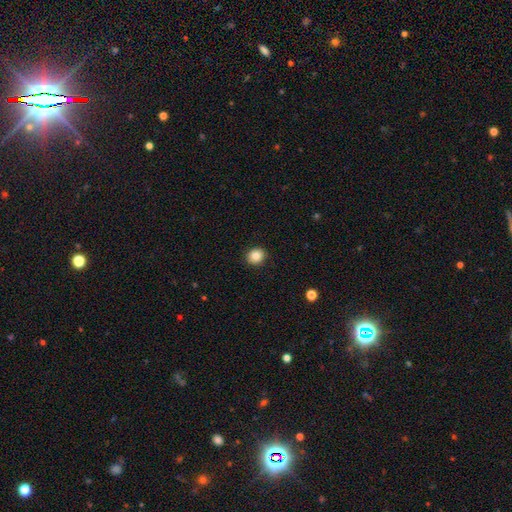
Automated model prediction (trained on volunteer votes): This appears to be a smooth galaxy with no disk features (86%) that is round (81%). Merging: none (91%).